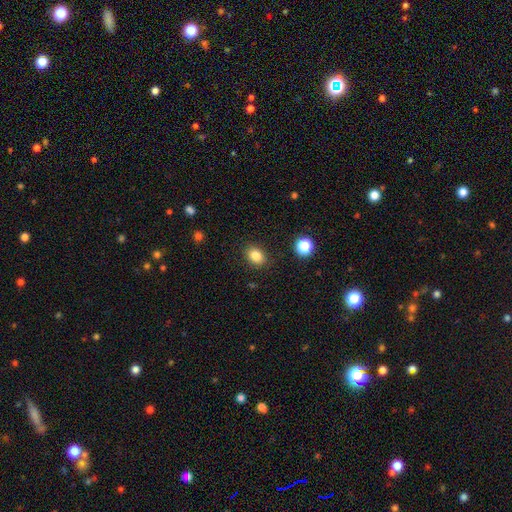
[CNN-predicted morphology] smooth 84%, star or artifact 11%, featured or disk 5%. Down the decision tree: how rounded — in between (64%); merging — none (87%).